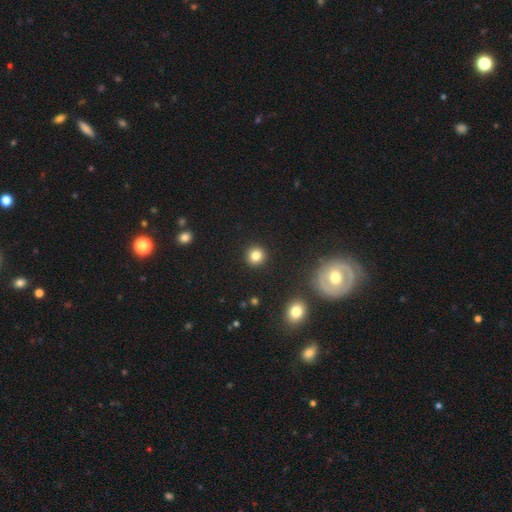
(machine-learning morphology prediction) A smooth galaxy with no disk features (82%) that is round (93%).

Vote fractions:
- Smooth or featured? smooth: 82% / star or artifact: 12% / featured or disk: 6%
- How rounded? round: 93% / in between: 6% / cigar-shaped: 1%
- Merging? none: 92% / minor disturbance: 5% / major disturbance: 2% / merger: 1%